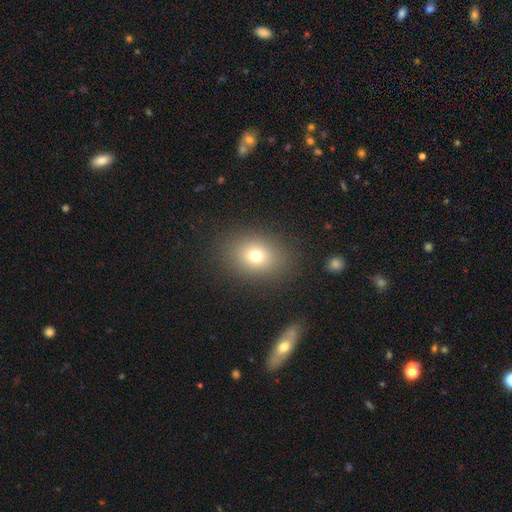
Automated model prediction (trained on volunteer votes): A smooth galaxy with no disk features (74%) that is in between round and cigar-shaped (52%). Merging: none (86%).